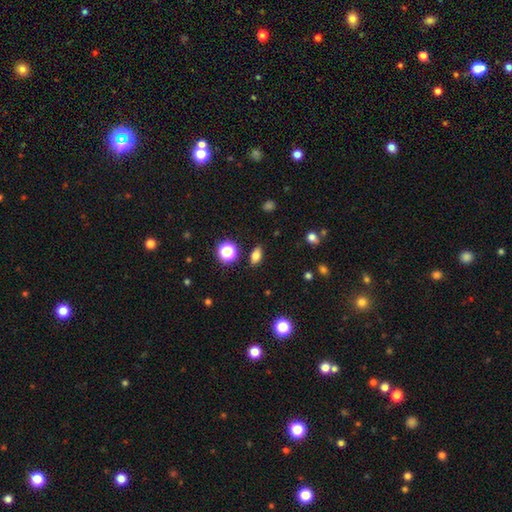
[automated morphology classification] A smooth galaxy with no disk features (77%) that is in between round and cigar-shaped (81%). Merging: none (86%).